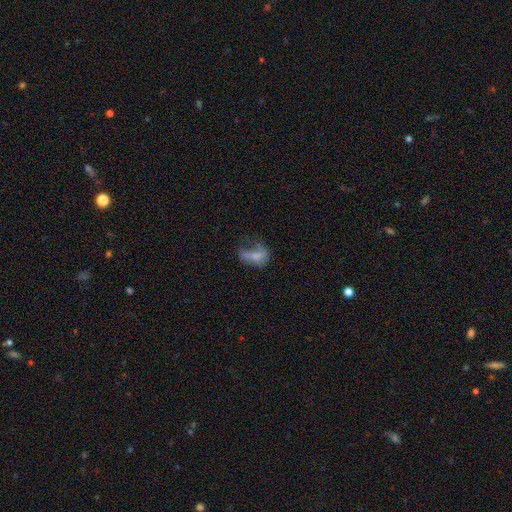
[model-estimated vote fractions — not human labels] A smooth galaxy with no disk features (55%) that is in between round and cigar-shaped (82%).

Vote fractions:
- Smooth or featured? smooth: 55% / featured or disk: 33% / star or artifact: 12%
- How rounded? in between: 82% / round: 14% / cigar-shaped: 4%
- Merging? major disturbance: 49% / none: 24% / minor disturbance: 22% / merger: 5%